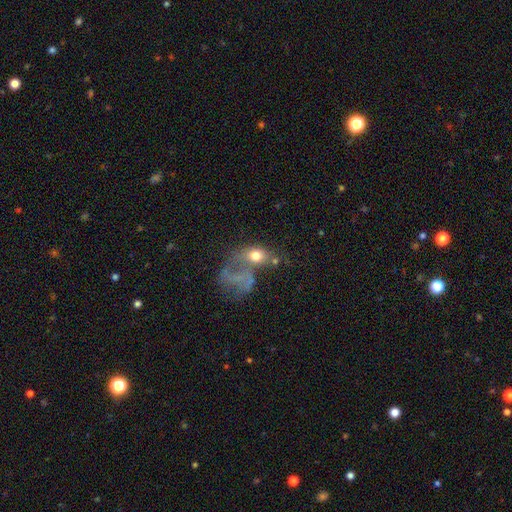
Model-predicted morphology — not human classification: The model was most divided on "merging": major disturbance: 37%, merger: 28%, none: 22%, minor disturbance: 13%. More confident: how rounded — in between (64%); smooth or featured — smooth (59%).